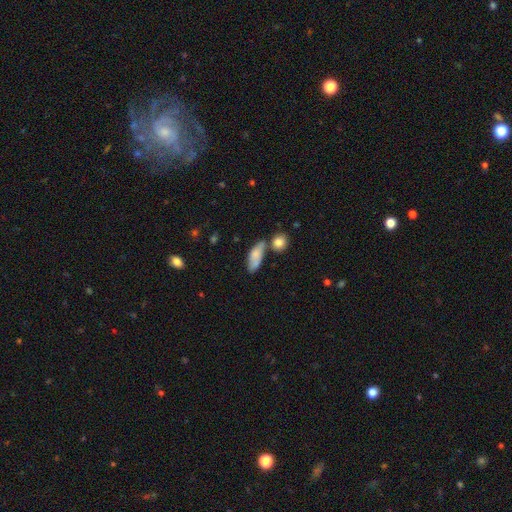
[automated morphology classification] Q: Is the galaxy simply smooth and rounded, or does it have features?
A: smooth — 76%.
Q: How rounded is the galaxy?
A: in between — 73%.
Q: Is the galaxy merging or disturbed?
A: none — 49%.